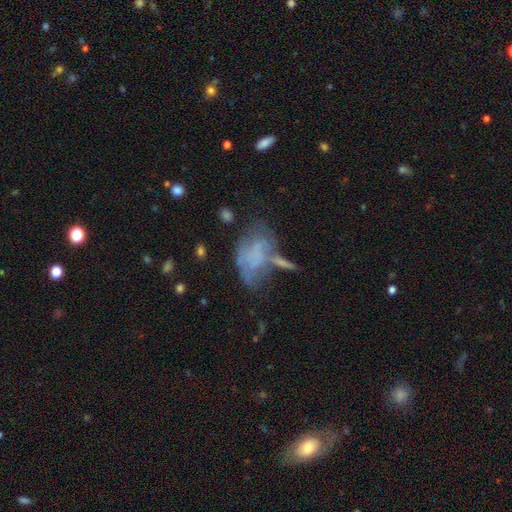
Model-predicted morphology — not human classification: smooth-or-featured: featured or disk: 45% | smooth: 42% | star or artifact: 13%
  merging: major disturbance: 32% | none: 27% | minor disturbance: 22% | merger: 19%